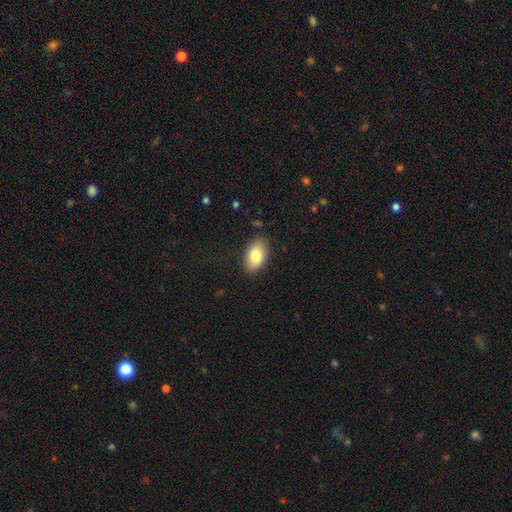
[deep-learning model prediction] Morphology: type=smooth (83%); roundness=in between (92%); merging=none (85%).